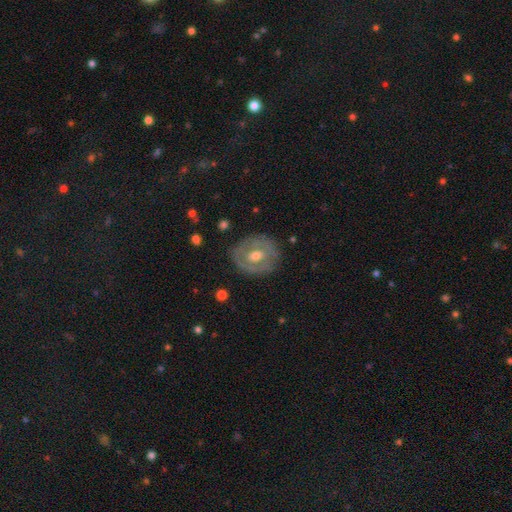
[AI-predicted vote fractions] The model was most divided on "spiral arms": yes: 56%, no: 44%. Remaining: edge-on disk — no (96%); merging — none (80%); bulge size — moderate (74%); smooth or featured — featured or disk (71%); bar — no (50%).